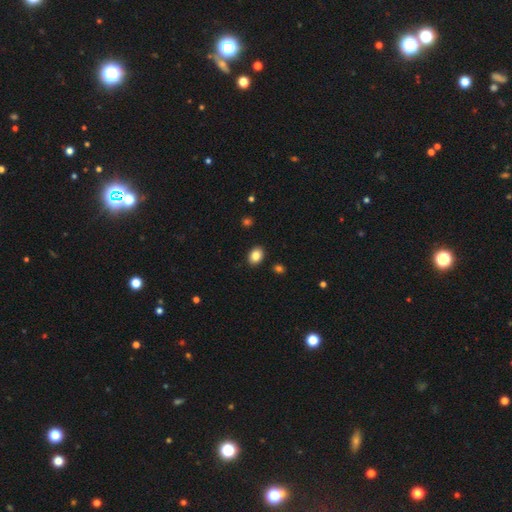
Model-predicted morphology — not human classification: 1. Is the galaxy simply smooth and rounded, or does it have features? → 85% smooth, 9% star or artifact, 6% featured or disk.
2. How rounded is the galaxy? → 65% in between, 34% round, 1% cigar-shaped.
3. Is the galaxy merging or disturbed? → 89% none, 7% minor disturbance, 2% major disturbance, 2% merger.